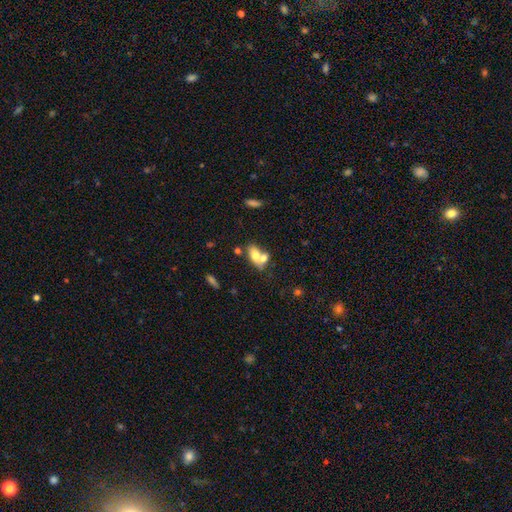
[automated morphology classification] This is likely a smooth galaxy (67%). How rounded: clearly in between (83%). Merging: possibly merger (59%).